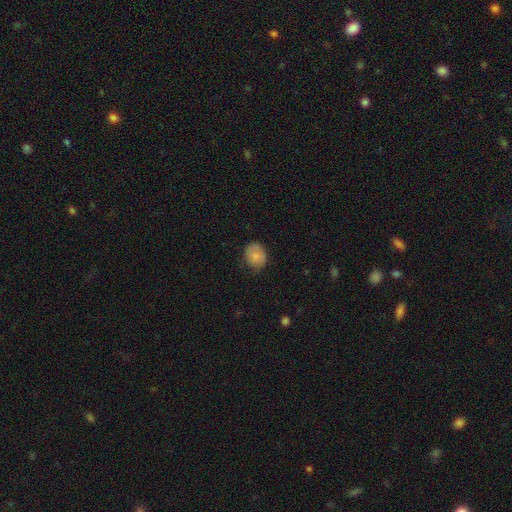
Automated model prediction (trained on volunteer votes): Smooth or featured?
  - smooth: 82% *
  - featured or disk: 10%
  - star or artifact: 8%
How rounded?
  - round: 65% *
  - in between: 34%
  - cigar-shaped: 1%
Merging?
  - none: 67% *
  - minor disturbance: 26%
  - major disturbance: 6%
  - merger: 1%